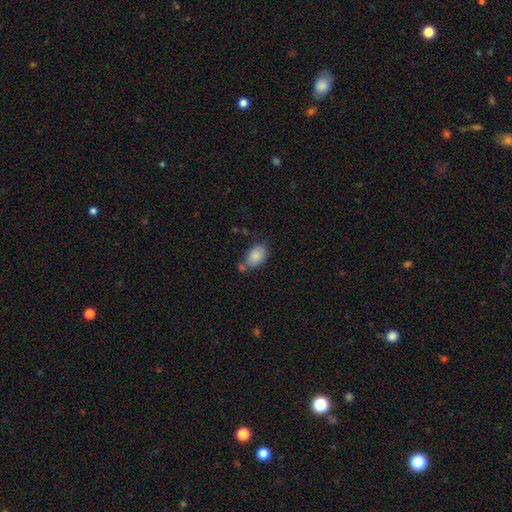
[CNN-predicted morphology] Smooth or featured: smooth — 85% (featured or disk — 7%)
How rounded: in between — 88% (round — 10%)
Merging: none — 63% (minor disturbance — 18%)